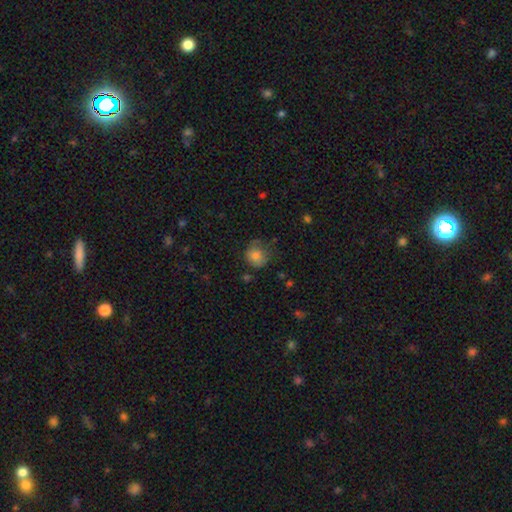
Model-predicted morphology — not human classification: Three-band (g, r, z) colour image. It shows a smooth galaxy with no disk features (77%) that is round (84%). Merging: none (56%).